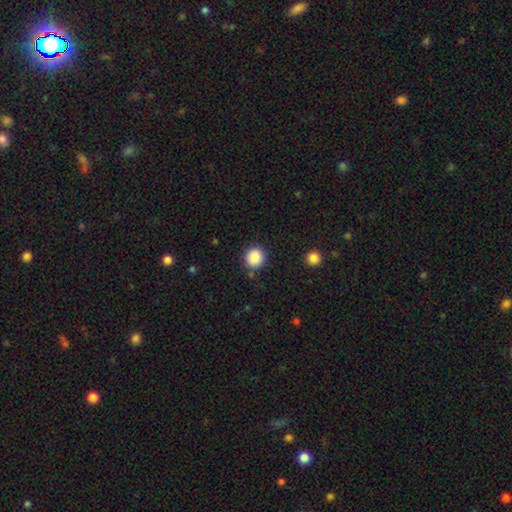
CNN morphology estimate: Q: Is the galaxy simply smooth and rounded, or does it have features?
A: smooth — 88%.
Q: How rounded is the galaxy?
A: round — 90%.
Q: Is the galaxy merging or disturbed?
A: none — 87%.